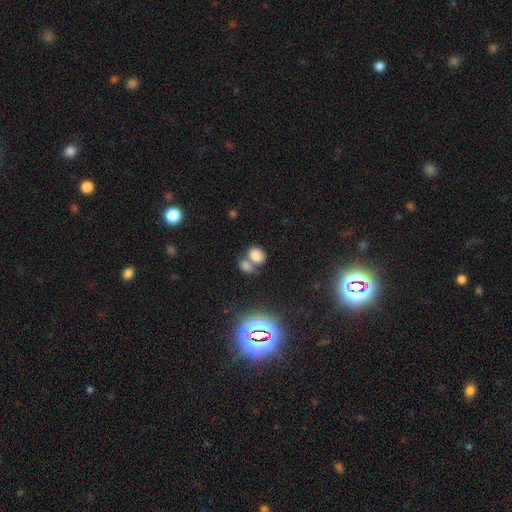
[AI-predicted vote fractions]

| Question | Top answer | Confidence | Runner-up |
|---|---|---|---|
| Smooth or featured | smooth | 76% | star or artifact (15%) |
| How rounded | in between | 69% | round (30%) |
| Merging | merger | 57% | none (29%) |